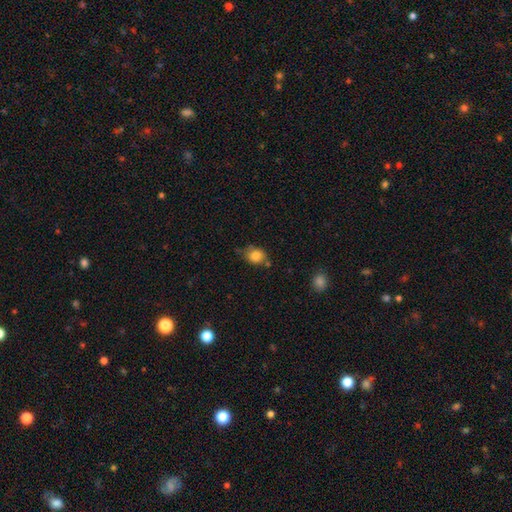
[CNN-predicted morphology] smooth-or-featured: smooth: 83% | star or artifact: 10% | featured or disk: 7%
  how-rounded: round: 59% | in between: 40% | cigar-shaped: 1%
  merging: none: 59% | minor disturbance: 26% | merger: 8% | major disturbance: 7%